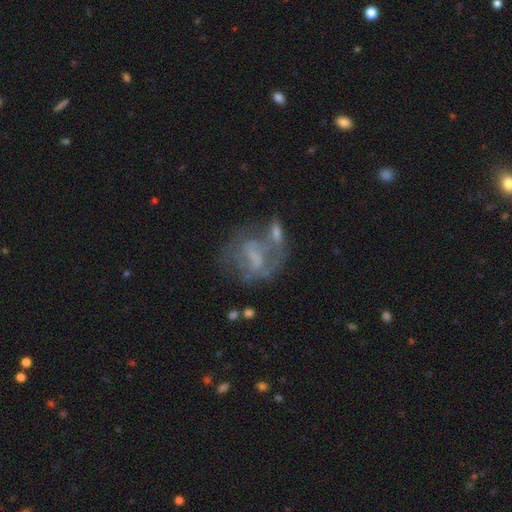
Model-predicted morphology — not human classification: Smooth or featured? featured or disk (56%)
Edge-on disk? no (95%)
Bar? no (43%)
Spiral arms? no (61%)
Bulge size? none (46%)
Merging? none (36%)